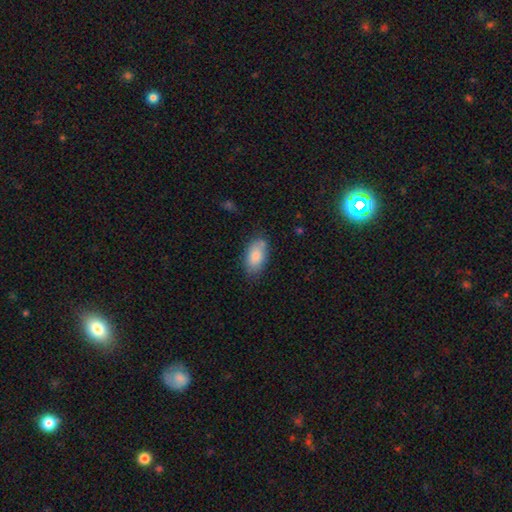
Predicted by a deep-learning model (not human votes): Smooth or featured: smooth — 85% (featured or disk — 9%)
How rounded: in between — 93% (round — 4%)
Merging: none — 73% (minor disturbance — 19%)